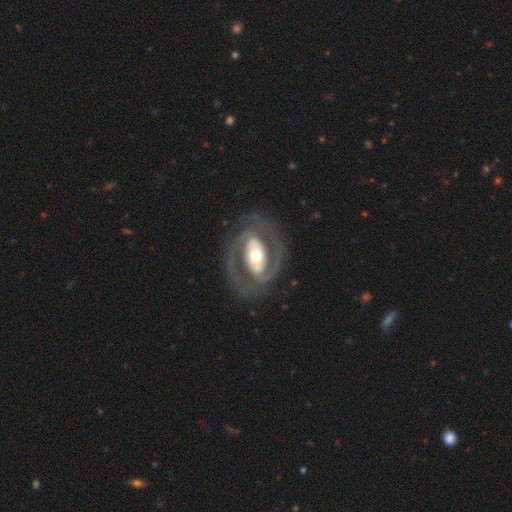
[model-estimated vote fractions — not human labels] Smooth or featured?
  - featured or disk: 86% *
  - smooth: 10%
  - star or artifact: 4%
Edge-on disk?
  - no: 96% *
  - yes: 4%
Bar?
  - no: 38% *
  - strong: 35%
  - weak: 27%
Spiral arms?
  - yes: 83% *
  - no: 17%
Spiral winding?
  - medium: 44% *
  - tight: 43%
  - loose: 13%
Spiral arm count?
  - 2: 87% *
  - can't tell: 5%
  - 1: 3%
  - 3: 2%
  - 4: 1%
  - more than 4: 1%
Bulge size?
  - moderate: 64% *
  - large: 21%
  - small: 12%
  - dominant: 2%
  - none: 1%
Merging?
  - none: 78% *
  - minor disturbance: 12%
  - major disturbance: 9%
  - merger: 1%